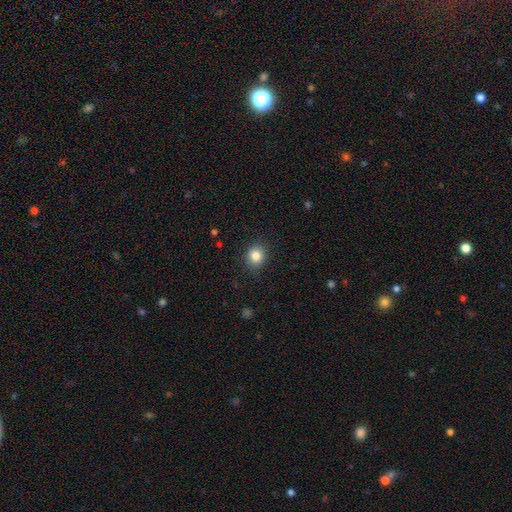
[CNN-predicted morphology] Smooth or featured: smooth — 83% (star or artifact — 11%)
How rounded: round — 77% (in between — 22%)
Merging: none — 85% (minor disturbance — 11%)